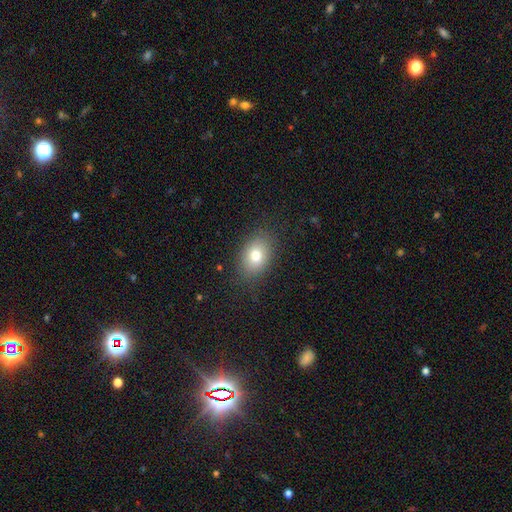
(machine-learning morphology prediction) A smooth galaxy with no disk features (77%) that is in between round and cigar-shaped (77%).

Vote fractions:
- Smooth or featured? smooth: 77% / featured or disk: 13% / star or artifact: 11%
- How rounded? in between: 77% / round: 22% / cigar-shaped: 1%
- Merging? none: 84% / minor disturbance: 11% / major disturbance: 4% / merger: 1%